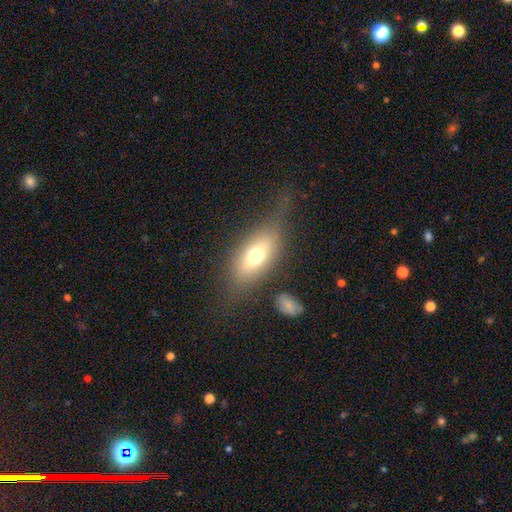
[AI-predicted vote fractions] smooth-or-featured: smooth: 61% | featured or disk: 30% | star or artifact: 9%
  how-rounded: in between: 76% | cigar-shaped: 18% | round: 6%
  merging: none: 56% | minor disturbance: 21% | major disturbance: 18% | merger: 4%